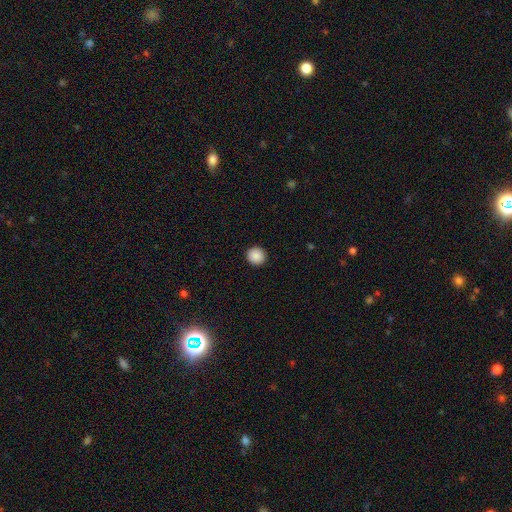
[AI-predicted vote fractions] This appears to be a smooth galaxy with no disk features (89%) that is round (93%). Merging: none (93%).